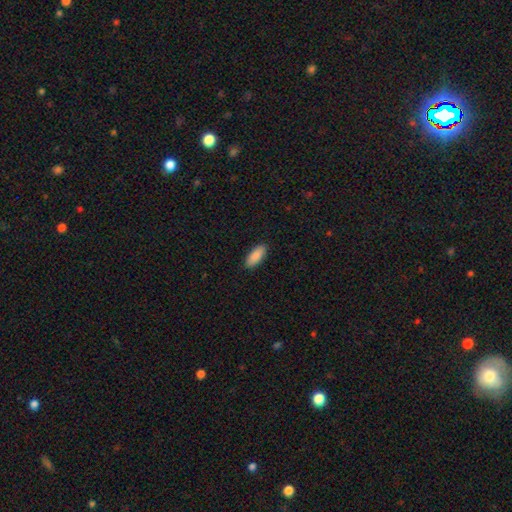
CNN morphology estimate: Smooth or featured? smooth (90%)
How rounded? in between (80%)
Merging? none (90%)